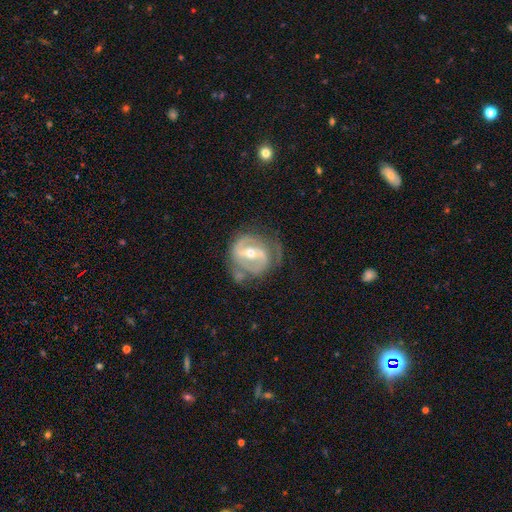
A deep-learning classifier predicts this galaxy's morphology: The model was most divided on "spiral winding" (2-way tie): tight: 42%, medium: 42%, loose: 16%. Remaining: edge-on disk — no (97%); spiral arms — yes (88%); smooth or featured — featured or disk (85%); spiral arm count — 2 (68%); bulge size — moderate (57%); merging — none (52%); bar — strong (46%).